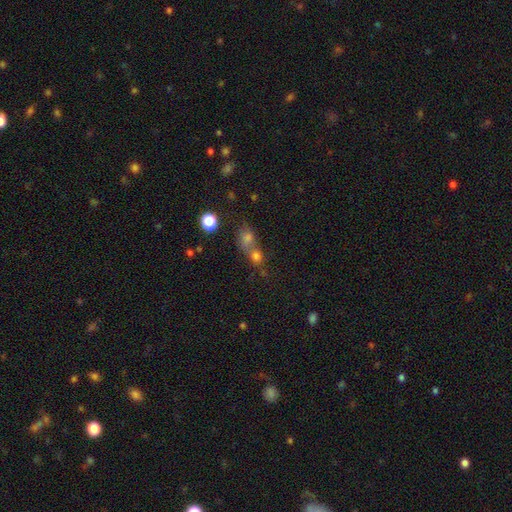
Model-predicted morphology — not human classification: The model was most divided on "merging": merger: 58%, none: 31%, minor disturbance: 6%, major disturbance: 4%. More confident: how rounded — round (68%); smooth or featured — smooth (66%).